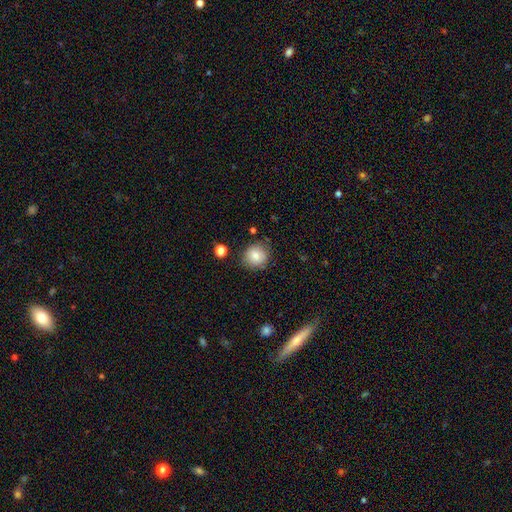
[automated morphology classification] Overall: smooth (80%). How rounded: round (89%). Merging: none (82%).